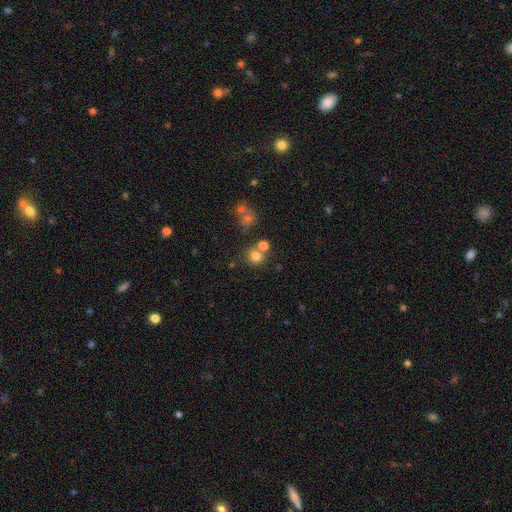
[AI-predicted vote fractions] smooth-or-featured: smooth: 75% | star or artifact: 16% | featured or disk: 9%
  how-rounded: round: 88% | in between: 11% | cigar-shaped: 1%
  merging: none: 64% | merger: 23% | minor disturbance: 9% | major disturbance: 4%